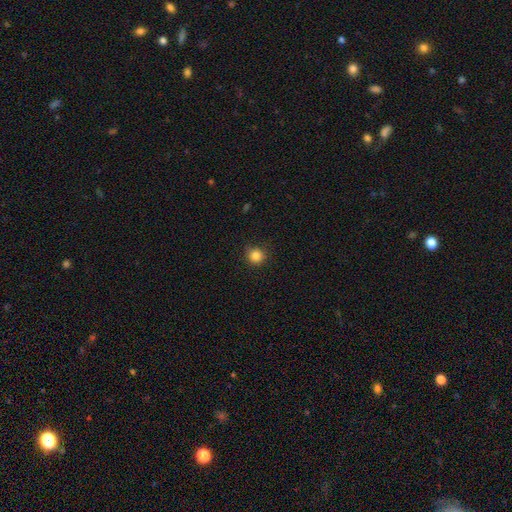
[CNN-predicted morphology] Overall: smooth (84%). How rounded: round (93%). Merging: none (86%).